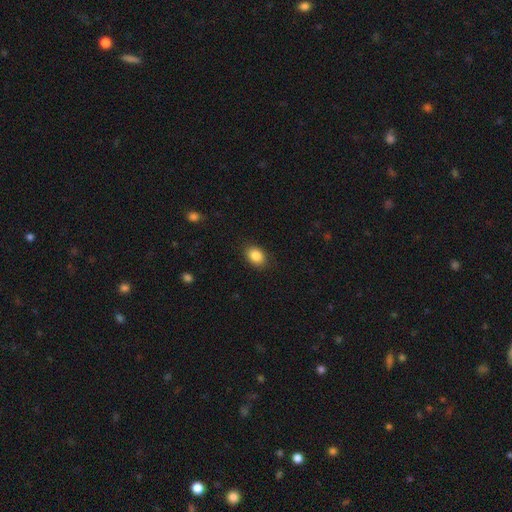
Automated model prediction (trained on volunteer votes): Q: Smooth or featured?
A: smooth (87%); runner-up: star or artifact (8%)
Q: How rounded?
A: in between (76%); runner-up: round (23%)
Q: Merging?
A: none (87%); runner-up: minor disturbance (9%)